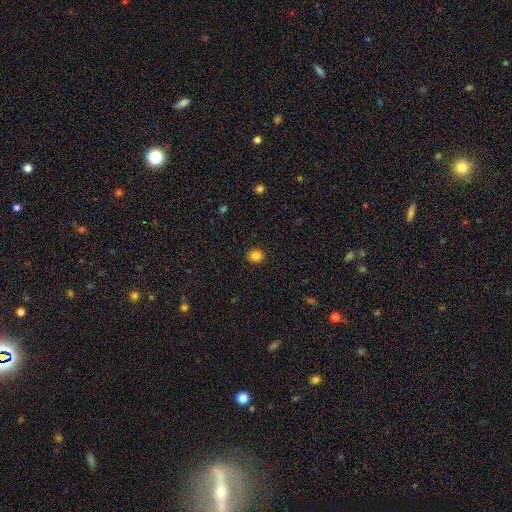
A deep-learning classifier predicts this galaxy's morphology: Smooth or featured: smooth — 84% (star or artifact — 12%)
How rounded: round — 77% (in between — 22%)
Merging: none — 91% (minor disturbance — 6%)